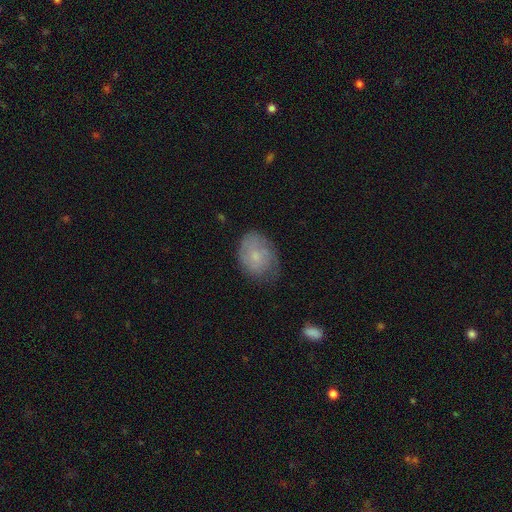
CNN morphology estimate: type=smooth (59%); roundness=in between (69%); merging=none (60%).